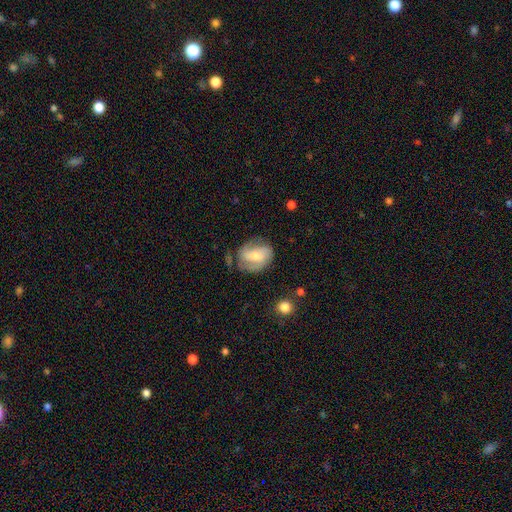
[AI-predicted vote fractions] featured or disk 62%, smooth 31%, star or artifact 7%. Down the decision tree: edge-on disk — no (96%); bar — no (39%, tied with weak); spiral arms — yes (84%); spiral arm count — 2 (63%); spiral winding — medium (43%); bulge size — small (48%); merging — none (59%).